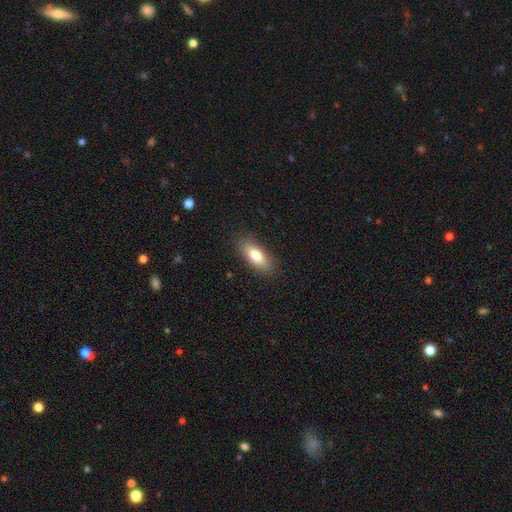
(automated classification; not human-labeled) The model was most divided on "how rounded": in between: 76%, cigar-shaped: 21%, round: 3%. More confident: merging — none (86%); smooth or featured — smooth (77%).